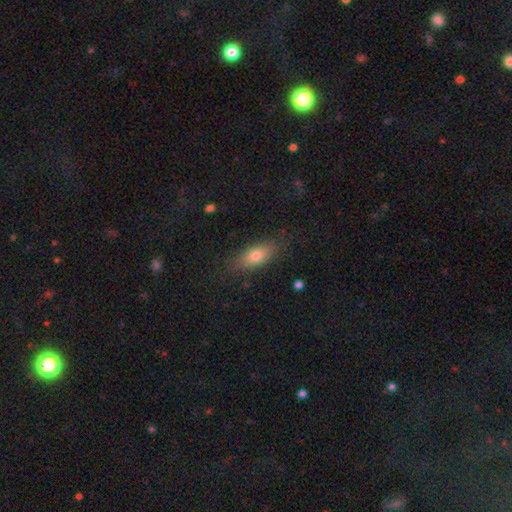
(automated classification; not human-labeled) smooth_or_featured: smooth (p=0.73) [alt: featured or disk p=0.17]
how_rounded: in between (p=0.76) [alt: cigar-shaped p=0.19]
merging: none (p=0.81) [alt: minor disturbance p=0.13]